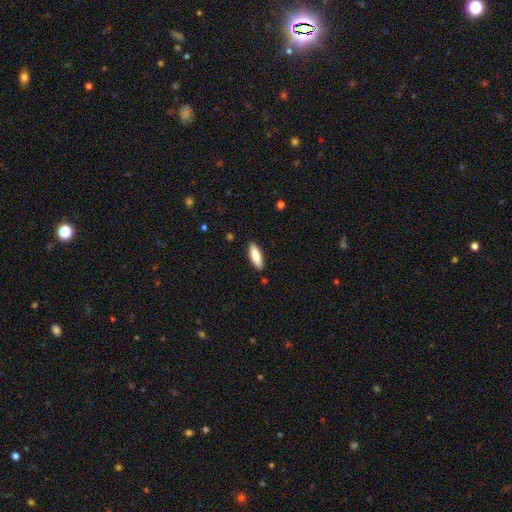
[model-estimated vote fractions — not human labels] smooth-or-featured: smooth: 83% | featured or disk: 11% | star or artifact: 6%
  how-rounded: in between: 62% | cigar-shaped: 36% | round: 2%
  merging: none: 88% | minor disturbance: 9% | major disturbance: 2% | merger: 1%